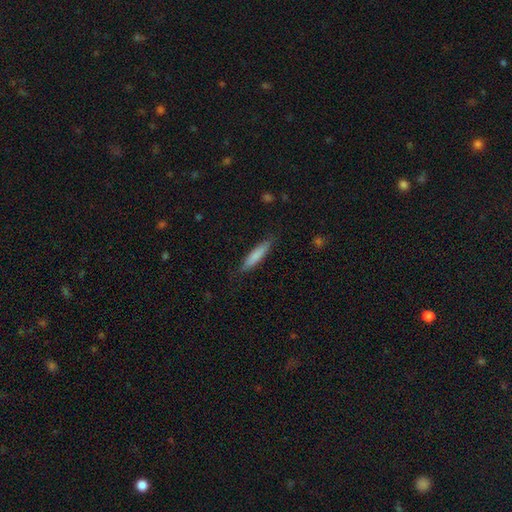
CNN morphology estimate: Smooth or featured: smooth — 80% (featured or disk — 15%)
How rounded: cigar-shaped — 84% (in between — 15%)
Merging: none — 83% (minor disturbance — 13%)